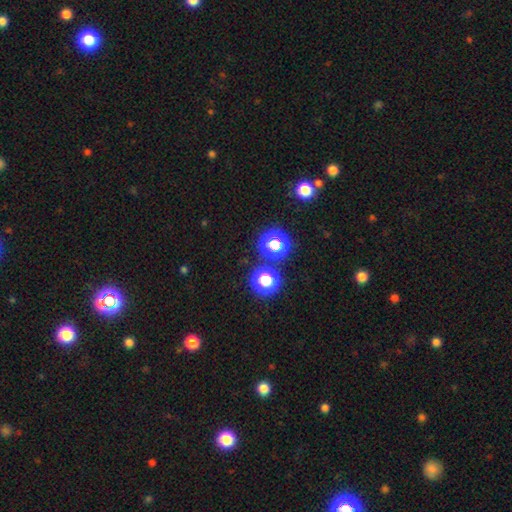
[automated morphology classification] Overall: star or artifact (60%; smooth 32%).